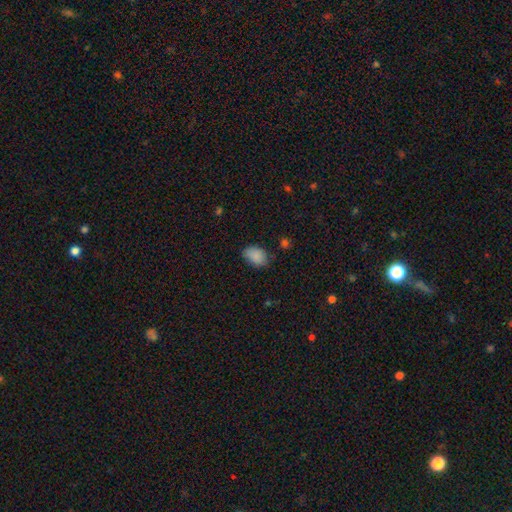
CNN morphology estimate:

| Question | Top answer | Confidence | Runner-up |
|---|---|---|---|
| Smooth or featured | smooth | 87% | star or artifact (8%) |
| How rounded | in between | 83% | round (16%) |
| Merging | none | 70% | minor disturbance (24%) |